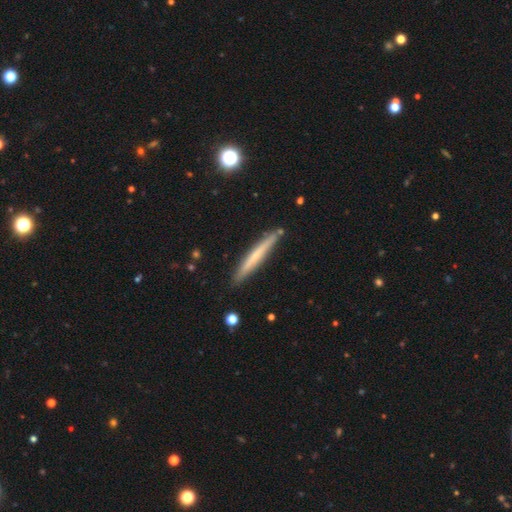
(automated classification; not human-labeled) A smooth galaxy with no disk features (49%).

Vote fractions:
- Smooth or featured? smooth: 49% / featured or disk: 45% / star or artifact: 6%
- Merging? none: 87% / minor disturbance: 9% / merger: 2% / major disturbance: 2%